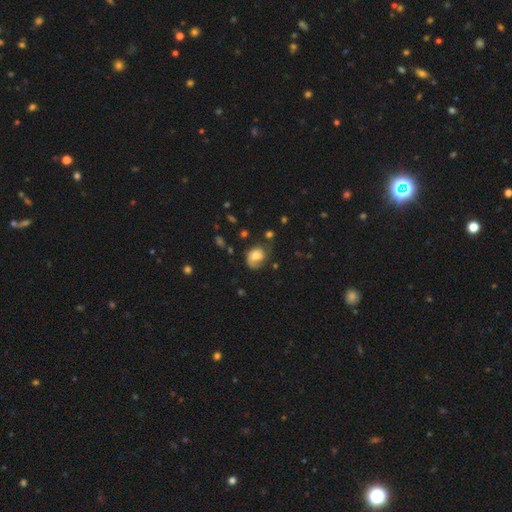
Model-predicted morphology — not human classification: A smooth galaxy with no disk features (55%) that is in between round and cigar-shaped (56%). Merging: none (49%).